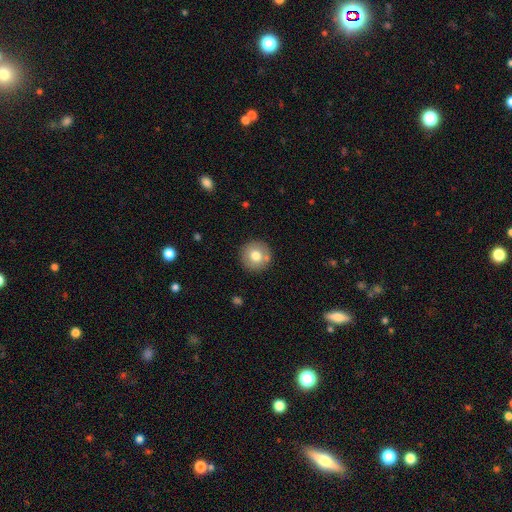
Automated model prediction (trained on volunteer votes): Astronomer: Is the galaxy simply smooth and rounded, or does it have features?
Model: smooth — 74%.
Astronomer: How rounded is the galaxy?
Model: round — 95%.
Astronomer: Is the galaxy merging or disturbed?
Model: none — 84%.